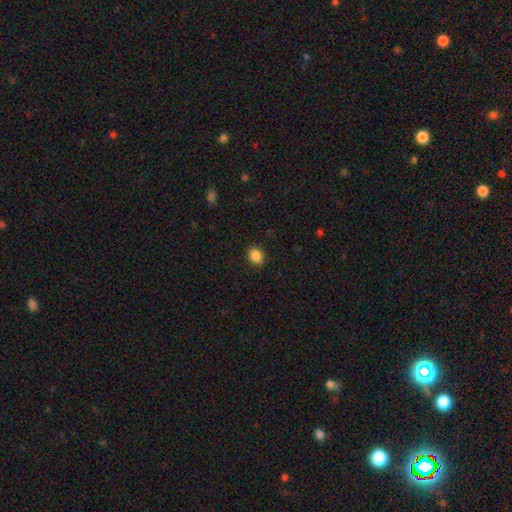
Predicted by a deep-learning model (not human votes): smooth 87%, star or artifact 10%, featured or disk 3%. Down the decision tree: how rounded — round (55%); merging — none (90%).